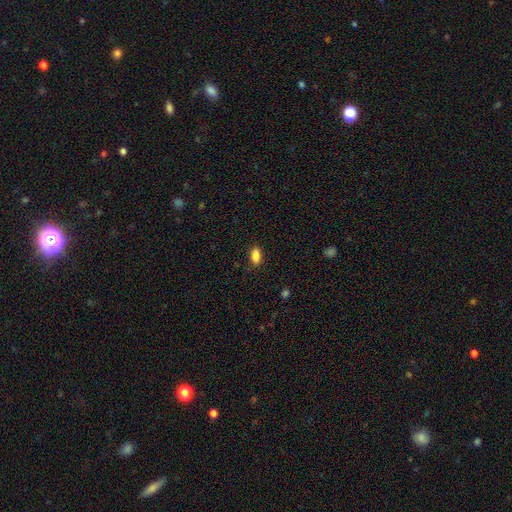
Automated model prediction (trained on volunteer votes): This appears to be a smooth galaxy with no disk features (87%) that is in between round and cigar-shaped (87%). Merging: none (86%).